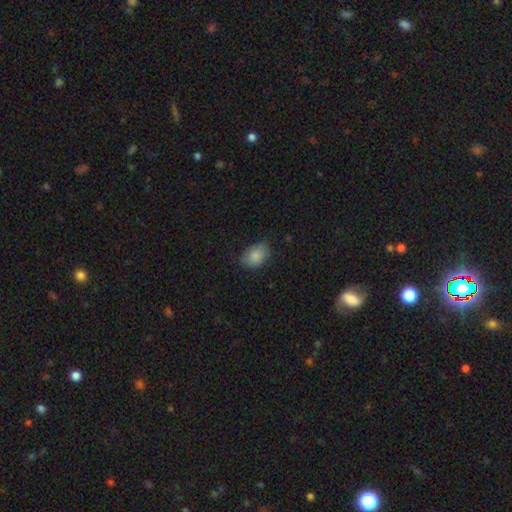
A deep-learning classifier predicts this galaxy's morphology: Smooth or featured? smooth (86%)
How rounded? in between (81%)
Merging? none (72%)